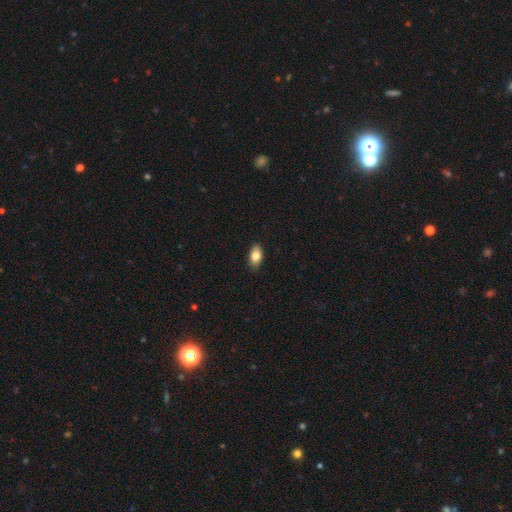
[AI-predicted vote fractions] Smooth or featured: smooth — 80% (featured or disk — 13%)
How rounded: in between — 89% (round — 6%)
Merging: none — 88% (minor disturbance — 10%)